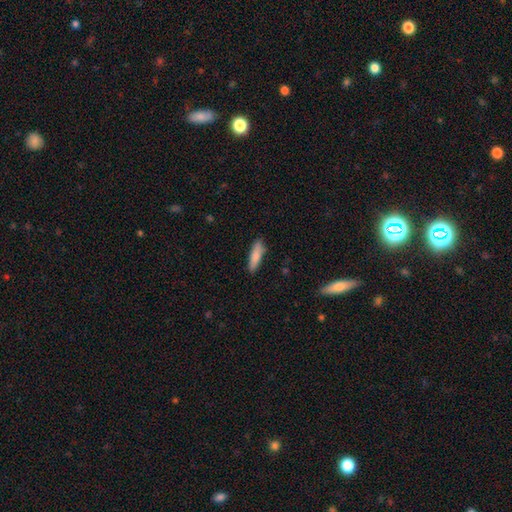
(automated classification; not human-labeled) The model was most divided on "how rounded": cigar-shaped: 69%, in between: 29%, round: 2%. More confident: smooth or featured — smooth (83%); merging — none (83%).